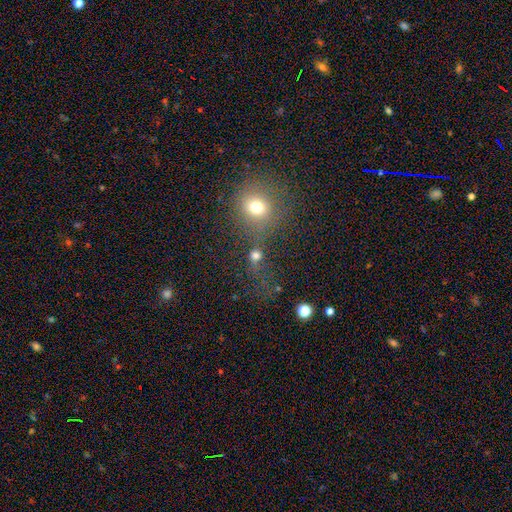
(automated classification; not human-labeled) smooth_or_featured: smooth (p=0.69) [alt: star or artifact p=0.21]
how_rounded: round (p=0.79) [alt: in between p=0.19]
merging: none (p=0.51) [alt: merger p=0.27]